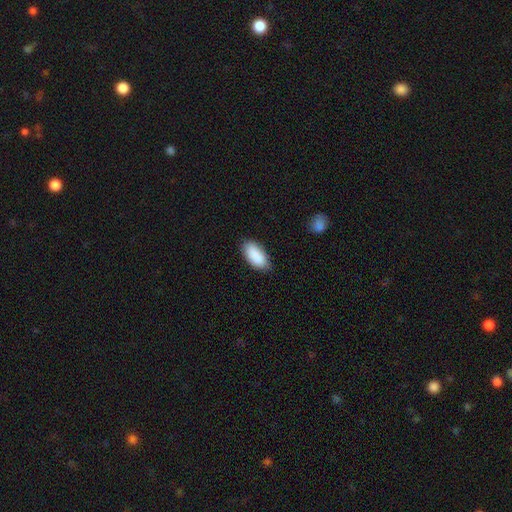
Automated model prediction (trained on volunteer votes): Morphology: type=smooth (89%); roundness=in between (92%); merging=none (78%).